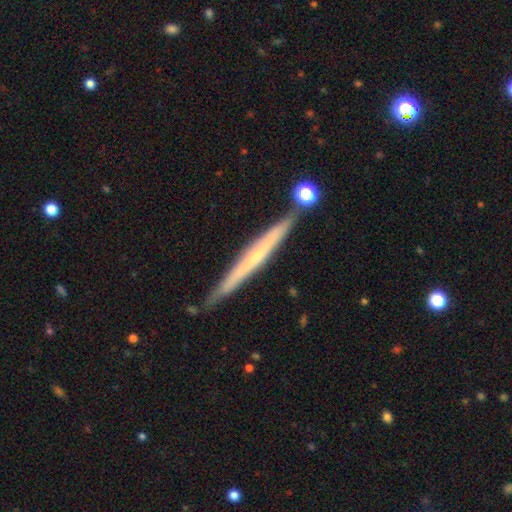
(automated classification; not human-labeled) Overall: featured or disk (60%; smooth 33%). Edge-on disk: yes (97%). Edge-on bulge: none (67%; rounded 28%). Merging: none (83%).